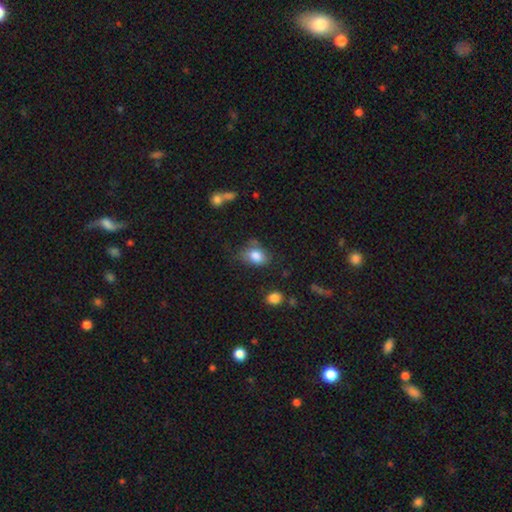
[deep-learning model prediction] A smooth galaxy with no disk features (83%) that is in between round and cigar-shaped (72%). Merging: none (55%).